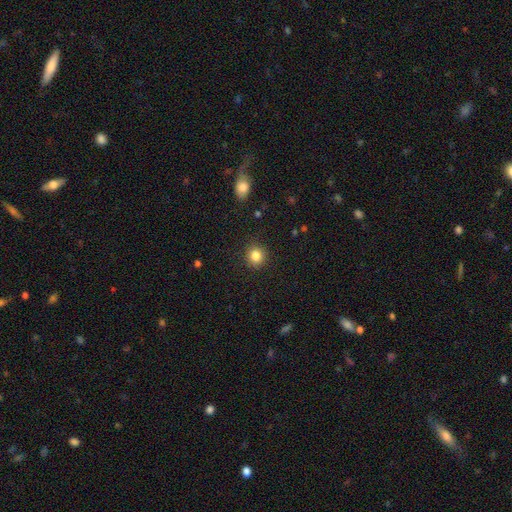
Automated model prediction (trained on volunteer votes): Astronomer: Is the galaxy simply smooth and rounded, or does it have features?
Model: smooth — 84%.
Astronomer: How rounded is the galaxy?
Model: round — 91%.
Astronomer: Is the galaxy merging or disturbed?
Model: none — 91%.